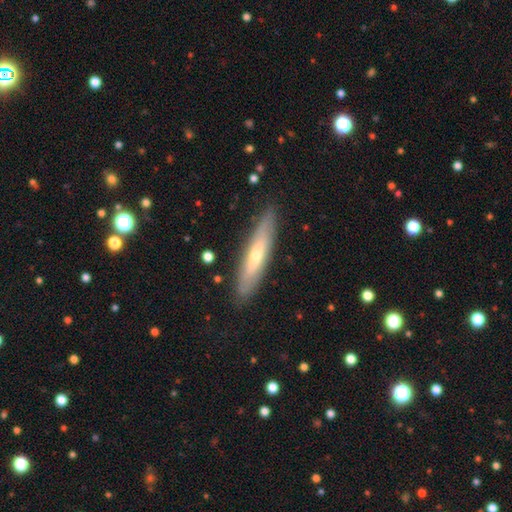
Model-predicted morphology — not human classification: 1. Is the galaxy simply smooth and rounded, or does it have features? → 48% featured or disk, 46% smooth, 6% star or artifact.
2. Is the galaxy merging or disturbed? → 86% none, 11% minor disturbance, 2% major disturbance, 1% merger.